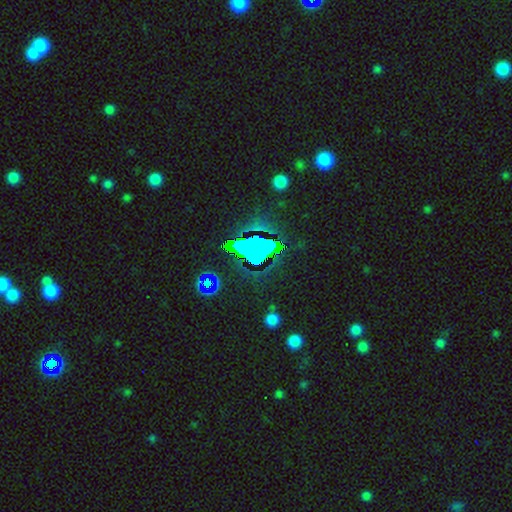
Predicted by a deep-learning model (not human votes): A star or artifact, not a galaxy (66%).

Vote fractions:
- Smooth or featured? star or artifact: 66% / smooth: 24% / featured or disk: 11%